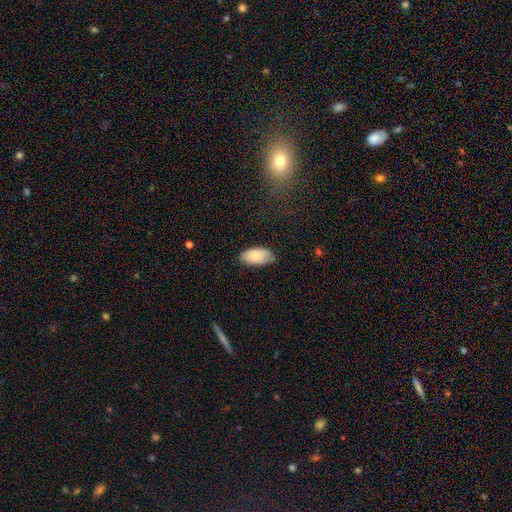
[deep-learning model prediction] Overall: smooth (84%). How rounded: in between (95%). Merging: none (74%).